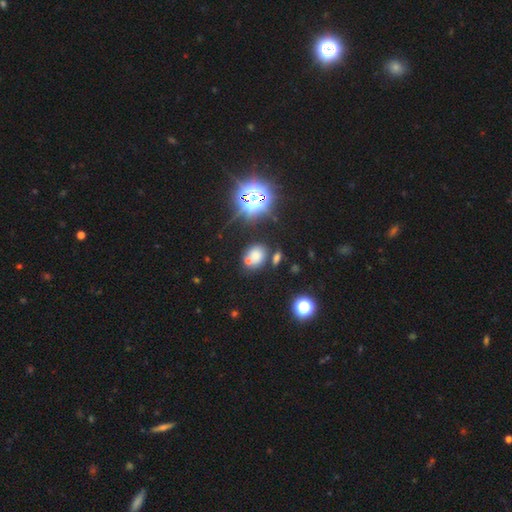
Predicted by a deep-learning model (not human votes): smooth 65%, star or artifact 24%, featured or disk 11%. Down the decision tree: how rounded — round (55%); merging — none (59%).